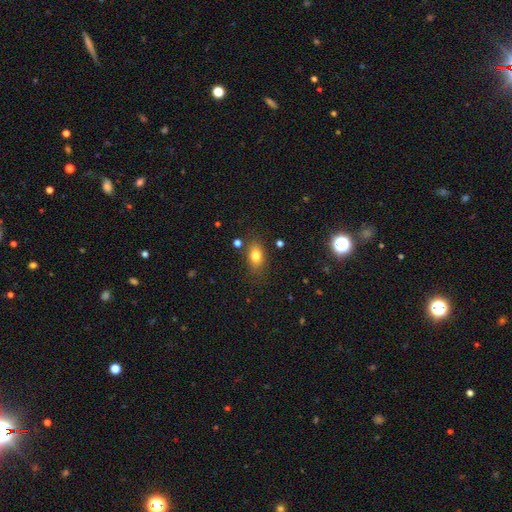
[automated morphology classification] This is likely a smooth galaxy (78%). How rounded: clearly in between (80%). Merging: likely none (80%).